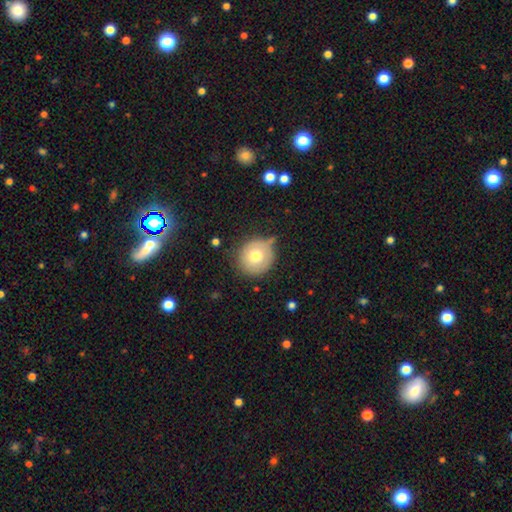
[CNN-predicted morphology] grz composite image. It shows a smooth galaxy with no disk features (69%) that is round (90%). Merging: none (69%).